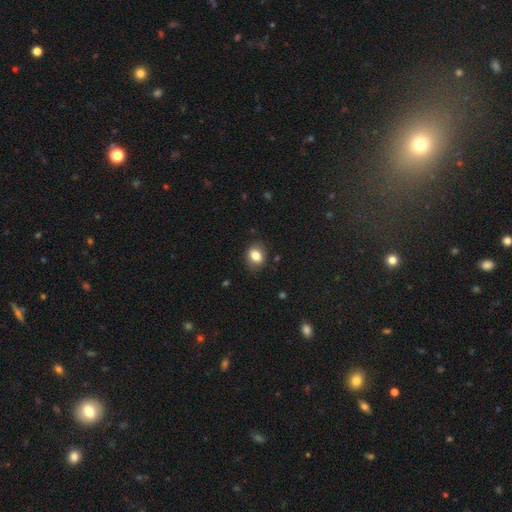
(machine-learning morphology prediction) Smooth or featured: smooth — 81% (featured or disk — 10%)
How rounded: in between — 56% (round — 43%)
Merging: none — 83% (minor disturbance — 13%)